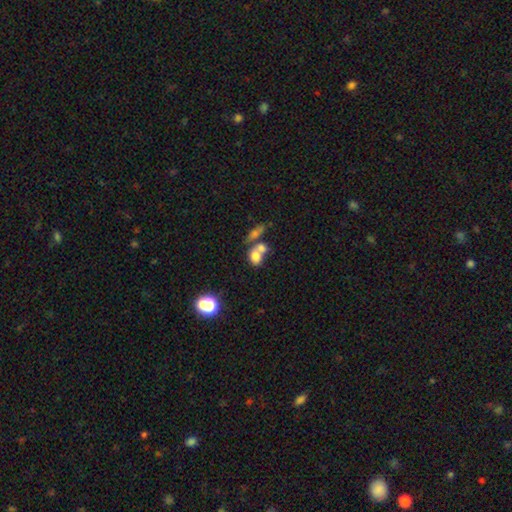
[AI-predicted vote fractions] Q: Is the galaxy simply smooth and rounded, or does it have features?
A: smooth — 72%.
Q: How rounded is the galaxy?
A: in between — 66%.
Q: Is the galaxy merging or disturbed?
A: merger — 55%.